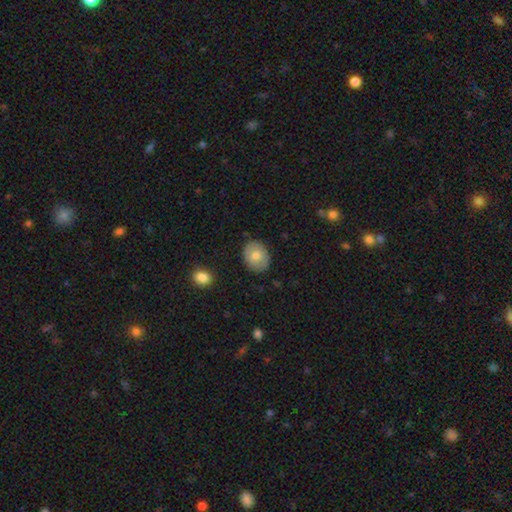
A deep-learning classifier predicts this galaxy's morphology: This appears to be a smooth galaxy with no disk features (74%) that is in between round and cigar-shaped (54%). Merging: none (86%).